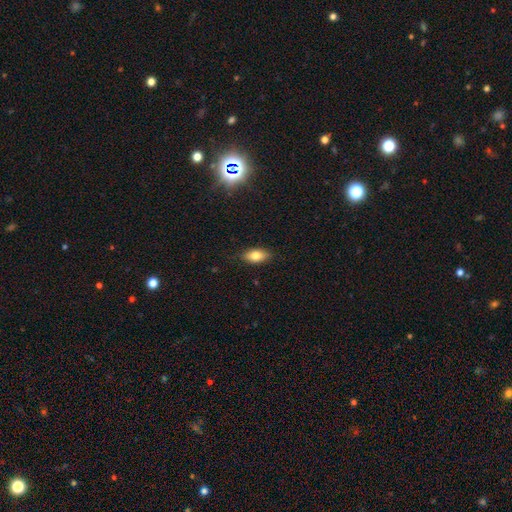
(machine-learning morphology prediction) smooth-or-featured: smooth: 77% | featured or disk: 15% | star or artifact: 8%
  how-rounded: in between: 87% | cigar-shaped: 8% | round: 5%
  merging: none: 86% | minor disturbance: 11% | major disturbance: 2% | merger: 1%